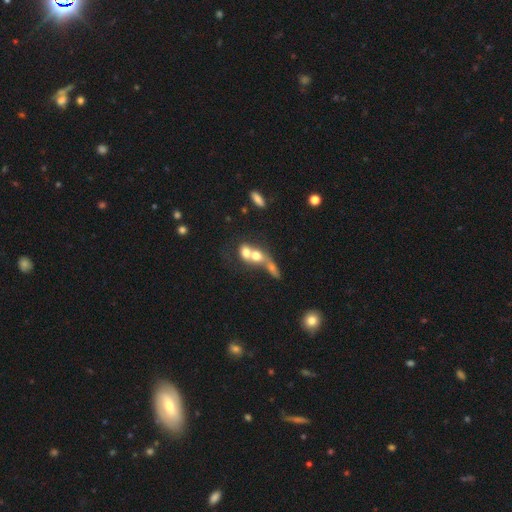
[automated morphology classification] A smooth galaxy with no disk features (59%) that is round (51%).

Vote fractions:
- Smooth or featured? smooth: 59% / featured or disk: 29% / star or artifact: 11%
- How rounded? round: 51% / in between: 44% / cigar-shaped: 6%
- Merging? merger: 77% / none: 12% / major disturbance: 6% / minor disturbance: 4%